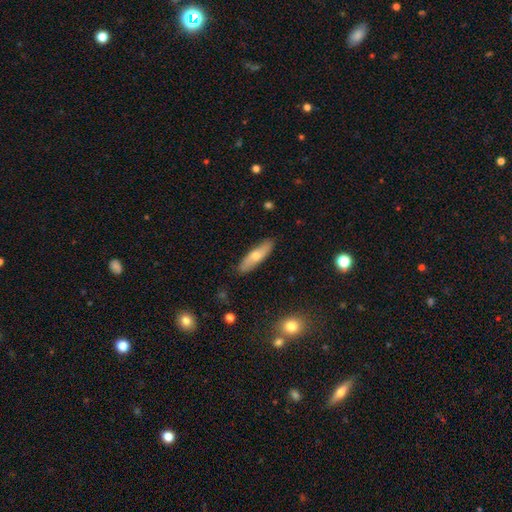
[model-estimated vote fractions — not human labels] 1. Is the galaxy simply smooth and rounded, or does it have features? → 58% smooth, 36% featured or disk, 6% star or artifact.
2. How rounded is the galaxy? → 65% cigar-shaped, 33% in between, 2% round.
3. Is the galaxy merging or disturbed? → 88% none, 9% minor disturbance, 2% major disturbance, 1% merger.